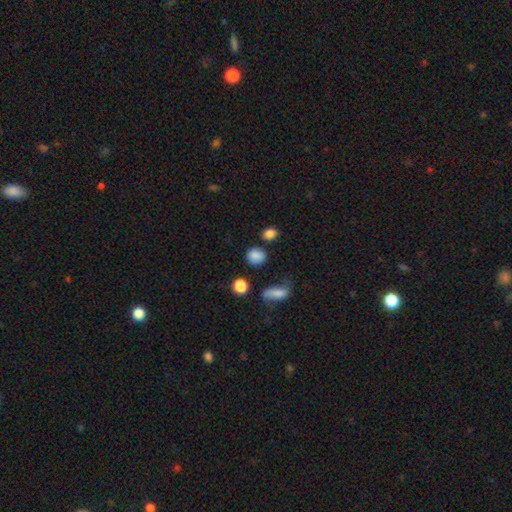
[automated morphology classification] Smooth or featured? Predicted: smooth (p=0.83). How rounded? Predicted: round (p=0.75). Merging? Predicted: none (p=0.73).